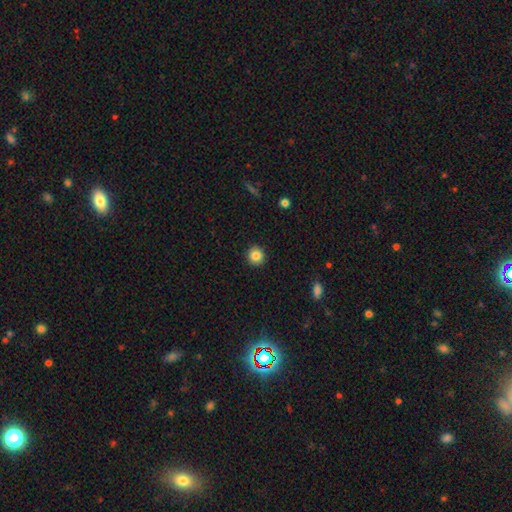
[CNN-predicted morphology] A smooth galaxy with no disk features (85%) that is round (92%). Merging: none (92%).